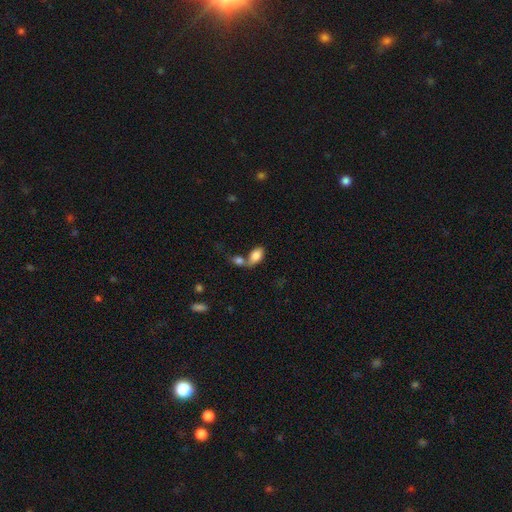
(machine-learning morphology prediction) Smooth or featured? Predicted: smooth (p=0.81). How rounded? Predicted: in between (p=0.91). Merging? Predicted: merger (p=0.58).